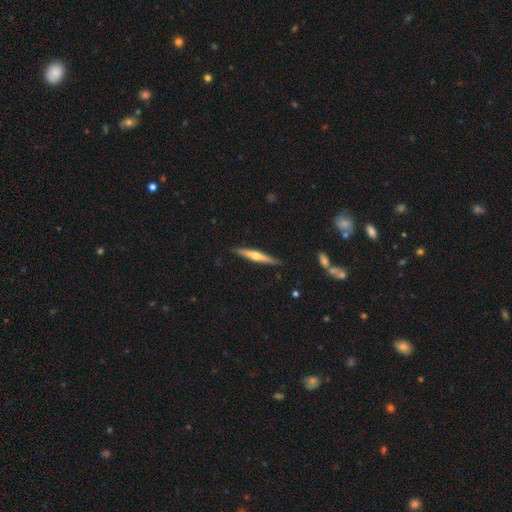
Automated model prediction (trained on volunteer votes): Smooth or featured?
  - featured or disk: 61% *
  - smooth: 34%
  - star or artifact: 6%
Edge-on disk?
  - yes: 96% *
  - no: 4%
Edge-on bulge?
  - rounded: 85% *
  - none: 12%
  - boxy: 3%
Merging?
  - none: 89% *
  - minor disturbance: 9%
  - major disturbance: 2%
  - merger: 1%